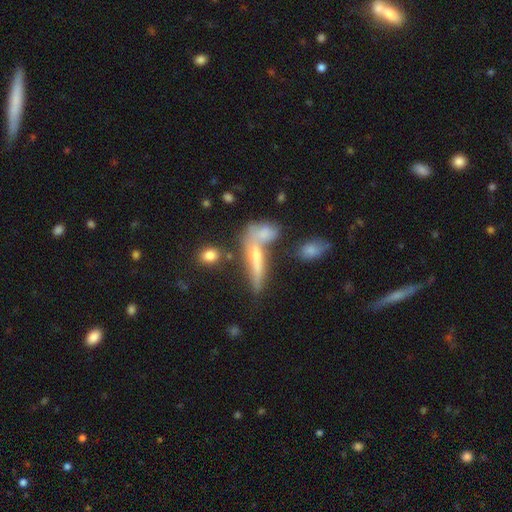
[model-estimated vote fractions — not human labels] Q: Smooth or featured?
A: featured or disk (50%); runner-up: smooth (40%)
Q: Merging?
A: none (40%); runner-up: merger (34%)